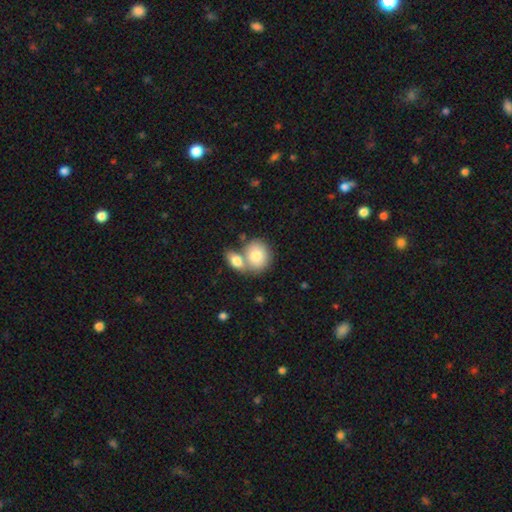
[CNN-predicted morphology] Smooth or featured? Predicted: smooth (p=0.81). How rounded? Predicted: round (p=0.63). Merging? Predicted: merger (p=0.51).